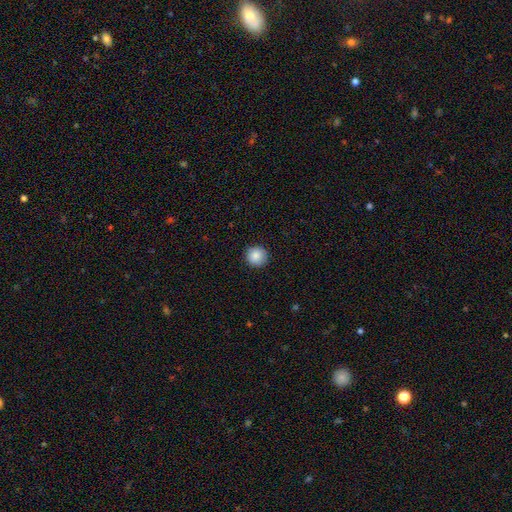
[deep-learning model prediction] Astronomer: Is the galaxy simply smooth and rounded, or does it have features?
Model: smooth — 87%.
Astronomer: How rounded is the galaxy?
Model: round — 95%.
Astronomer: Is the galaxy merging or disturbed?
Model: none — 91%.